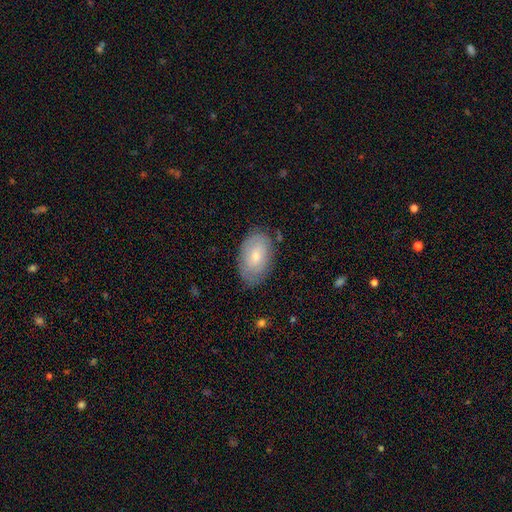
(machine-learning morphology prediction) Q: Smooth or featured?
A: smooth (60%); runner-up: featured or disk (34%)
Q: How rounded?
A: in between (92%); runner-up: round (7%)
Q: Merging?
A: none (76%); runner-up: minor disturbance (19%)